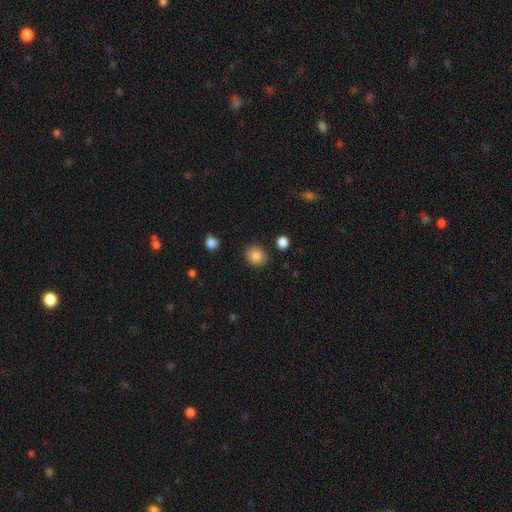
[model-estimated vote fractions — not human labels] Smooth or featured: smooth — 86% (star or artifact — 9%)
How rounded: round — 69% (in between — 30%)
Merging: none — 85% (minor disturbance — 10%)